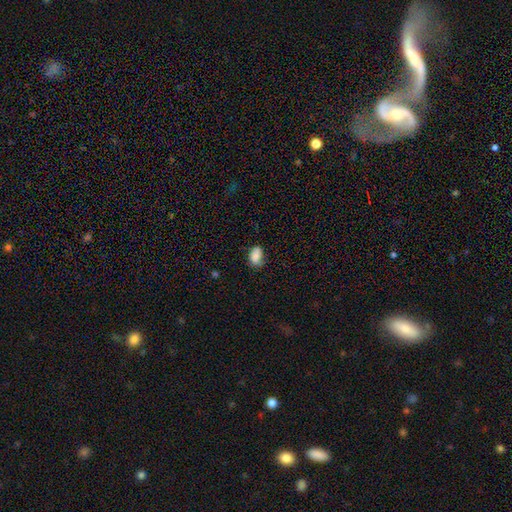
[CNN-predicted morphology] Smooth or featured? Predicted: smooth (p=0.81). How rounded? Predicted: in between (p=0.88). Merging? Predicted: none (p=0.57).